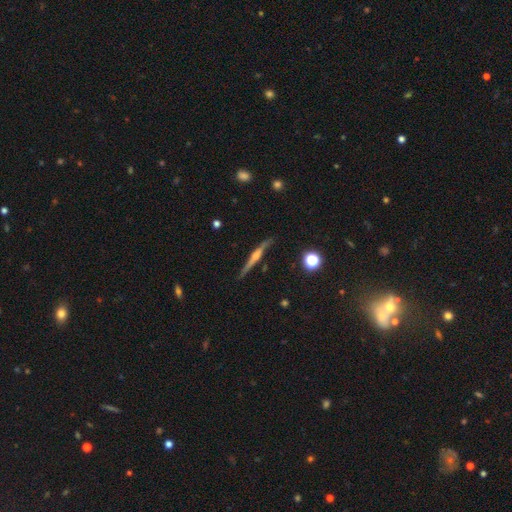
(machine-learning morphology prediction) featured or disk 79%, smooth 13%, star or artifact 8%. Down the decision tree: edge-on disk — yes (98%); edge-on bulge — rounded (82%); merging — none (87%).